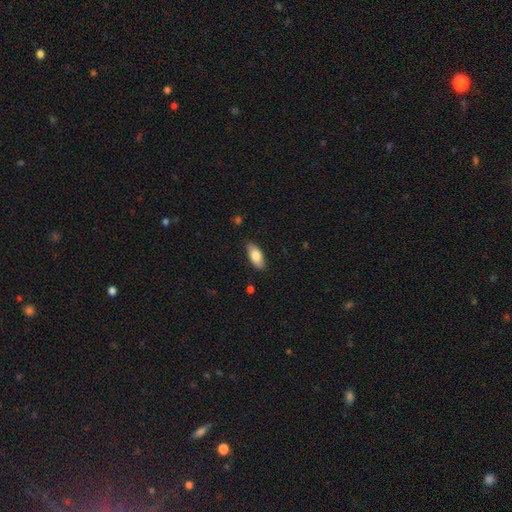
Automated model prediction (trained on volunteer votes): smooth 79%, featured or disk 15%, star or artifact 6%. Down the decision tree: how rounded — in between (86%); merging — none (85%).